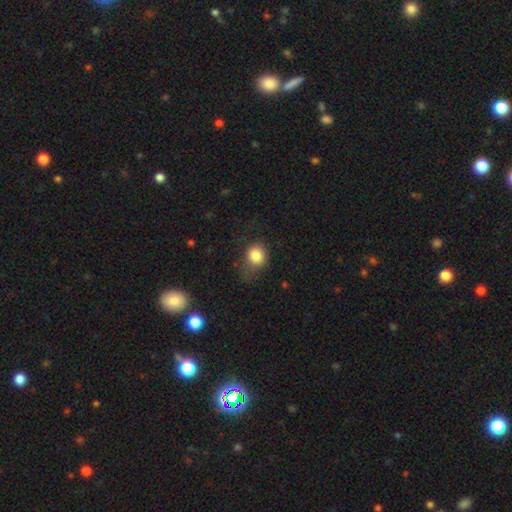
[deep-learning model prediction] A smooth galaxy with no disk features (83%) that is round (72%).

Vote fractions:
- Smooth or featured? smooth: 83% / star or artifact: 10% / featured or disk: 7%
- How rounded? round: 72% / in between: 27% / cigar-shaped: 1%
- Merging? none: 54% / minor disturbance: 27% / major disturbance: 16% / merger: 2%